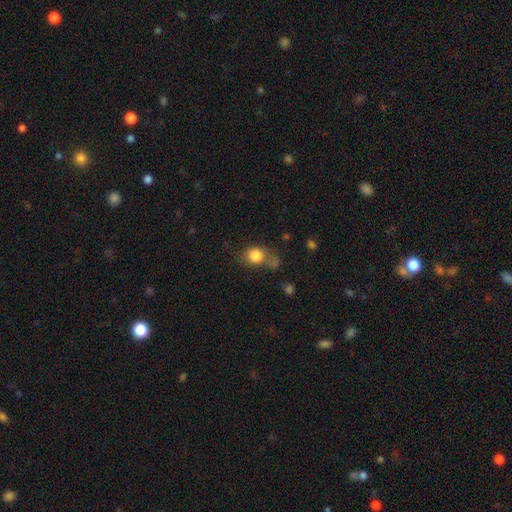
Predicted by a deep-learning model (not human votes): smooth 81%, star or artifact 10%, featured or disk 9%. Down the decision tree: how rounded — round (67%); merging — none (45%).